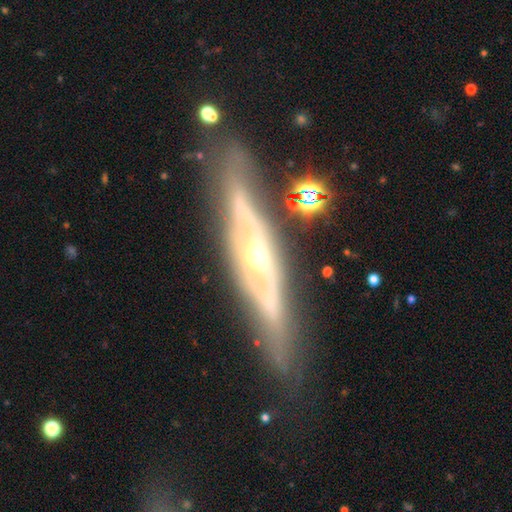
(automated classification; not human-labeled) Q: Smooth or featured?
A: featured or disk (83%); runner-up: smooth (11%)
Q: Edge-on disk?
A: yes (56%); runner-up: no (44%)
Q: Merging?
A: none (74%); runner-up: minor disturbance (15%)